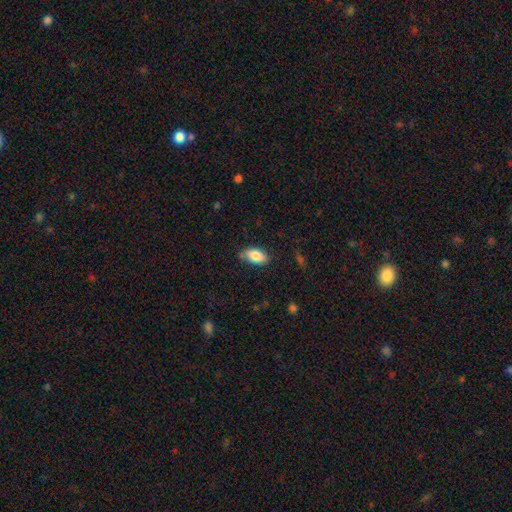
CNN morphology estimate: Smooth or featured? smooth (82%)
How rounded? in between (93%)
Merging? none (74%)